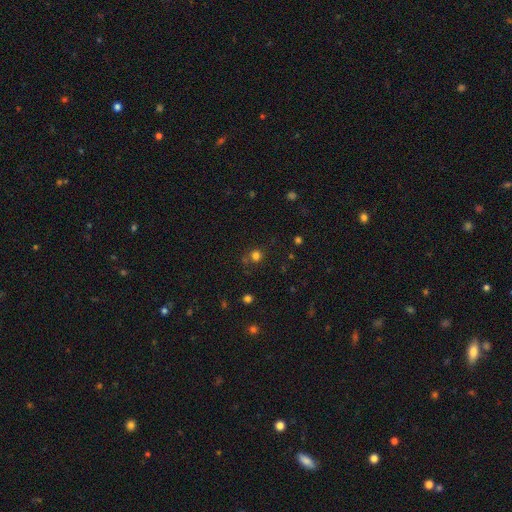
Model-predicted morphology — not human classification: smooth-or-featured: smooth: 74% | star or artifact: 20% | featured or disk: 5%
  how-rounded: round: 89% | in between: 10% | cigar-shaped: 1%
  merging: none: 76% | minor disturbance: 12% | merger: 7% | major disturbance: 5%